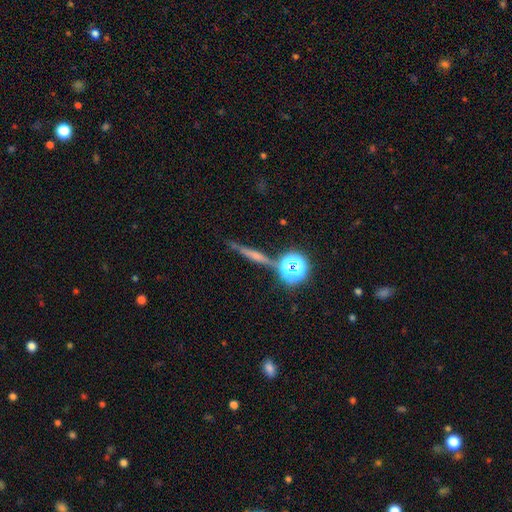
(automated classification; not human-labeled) This appears to be a featured or disk galaxy (41%). Merging: none (80%).